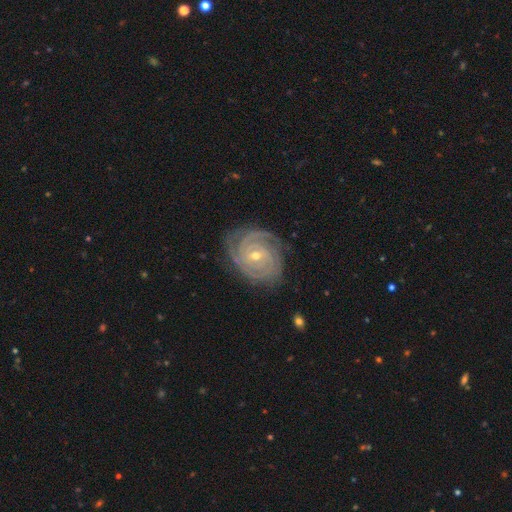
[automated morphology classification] Smooth or featured: featured or disk — 90% (star or artifact — 5%)
Edge-on disk: no — 97% (yes — 3%)
Bar: no — 53% (weak — 34%)
Spiral arms: yes — 98% (no — 2%)
Spiral winding: tight — 82% (medium — 16%)
Spiral arm count: 3 — 35% (4 — 19%)
Bulge size: small — 58% (moderate — 40%)
Merging: none — 79% (minor disturbance — 15%)